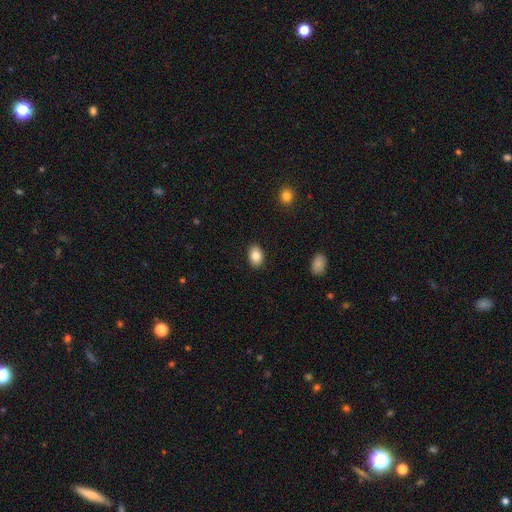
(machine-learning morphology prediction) Smooth or featured? smooth (84%)
How rounded? in between (83%)
Merging? none (89%)